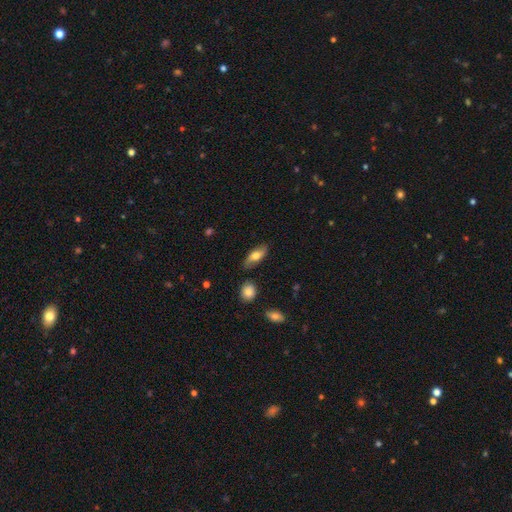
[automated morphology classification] Smooth or featured? smooth (62%)
How rounded? in between (78%)
Merging? none (78%)